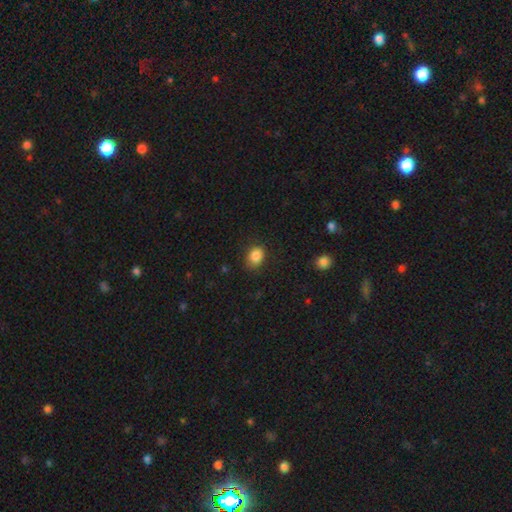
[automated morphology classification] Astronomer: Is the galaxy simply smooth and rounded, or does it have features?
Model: smooth — 86%.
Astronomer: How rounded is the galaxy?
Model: in between — 56% (runner-up: round, 43%).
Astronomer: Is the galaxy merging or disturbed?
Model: none — 78%.